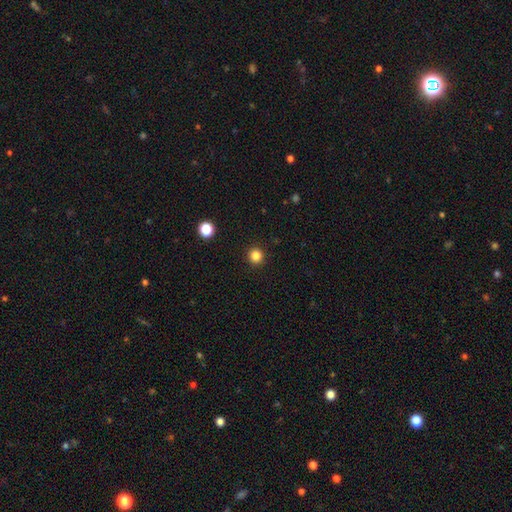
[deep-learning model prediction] Smooth or featured?
  - smooth: 84% *
  - star or artifact: 12%
  - featured or disk: 3%
How rounded?
  - round: 95% *
  - in between: 4%
  - cigar-shaped: 1%
Merging?
  - none: 93% *
  - minor disturbance: 4%
  - major disturbance: 2%
  - merger: 1%